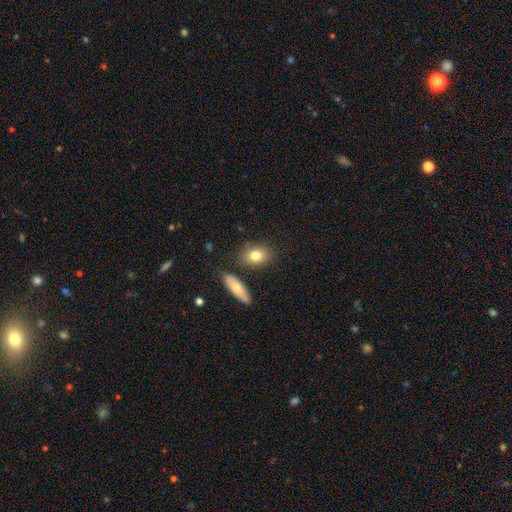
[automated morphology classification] Smooth or featured?
  - smooth: 79% *
  - featured or disk: 14%
  - star or artifact: 8%
How rounded?
  - in between: 72% *
  - round: 25%
  - cigar-shaped: 4%
Merging?
  - none: 77% *
  - minor disturbance: 11%
  - merger: 8%
  - major disturbance: 3%